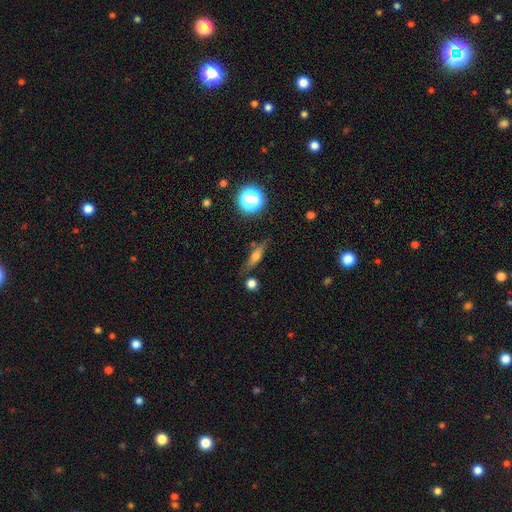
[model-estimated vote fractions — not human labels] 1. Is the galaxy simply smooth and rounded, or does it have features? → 49% smooth, 38% featured or disk, 12% star or artifact.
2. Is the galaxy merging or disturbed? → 78% none, 14% minor disturbance, 4% merger, 4% major disturbance.